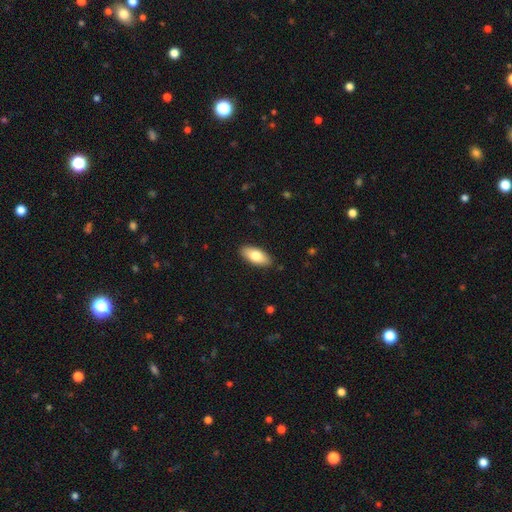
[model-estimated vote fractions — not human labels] Morphology: type=smooth (77%); roundness=in between (87%); merging=none (89%).